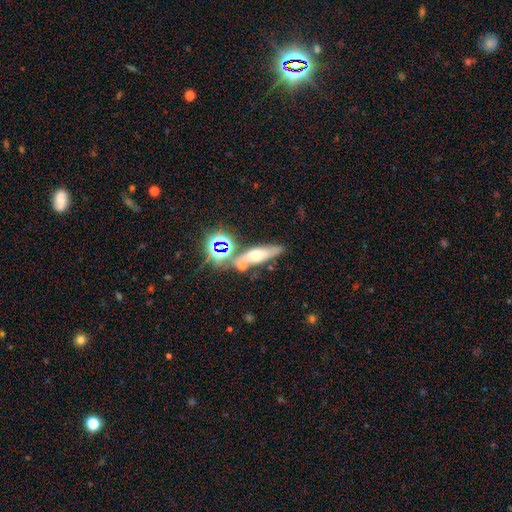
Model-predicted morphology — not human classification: smooth_or_featured: smooth (p=0.41) [alt: featured or disk p=0.32]
merging: none (p=0.65) [alt: merger p=0.17]